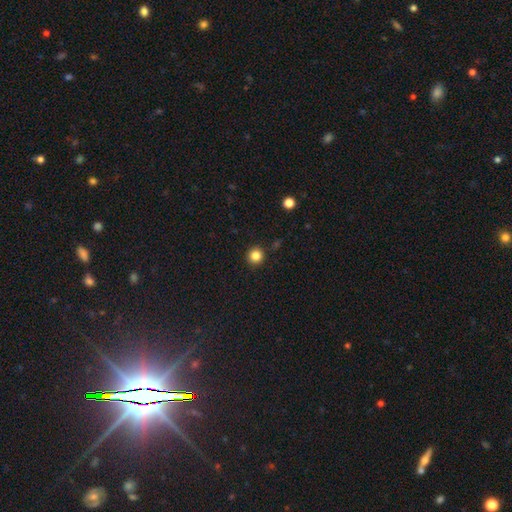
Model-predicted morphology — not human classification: This is clearly a smooth galaxy (84%). How rounded: clearly round (94%). Merging: clearly none (92%).